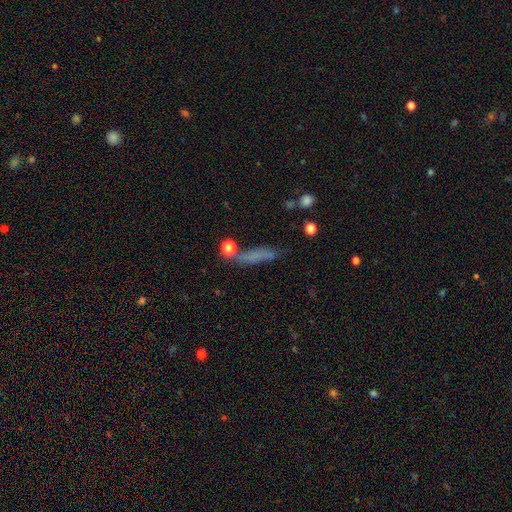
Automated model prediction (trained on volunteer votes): Morphology: type=smooth (65%); roundness=cigar-shaped (77%); merging=none (66%).